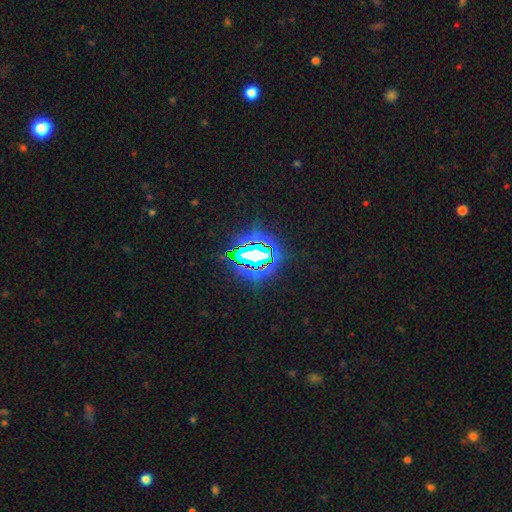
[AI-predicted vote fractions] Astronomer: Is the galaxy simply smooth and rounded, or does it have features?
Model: star or artifact — 73%.